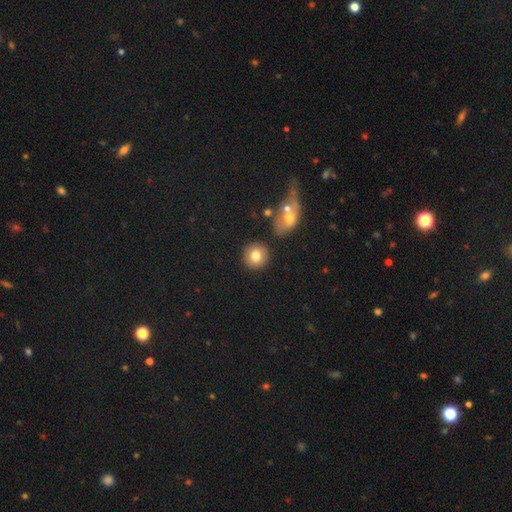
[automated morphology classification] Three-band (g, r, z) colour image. It shows a smooth galaxy with no disk features (79%) that is round (90%). Merging: none (85%).